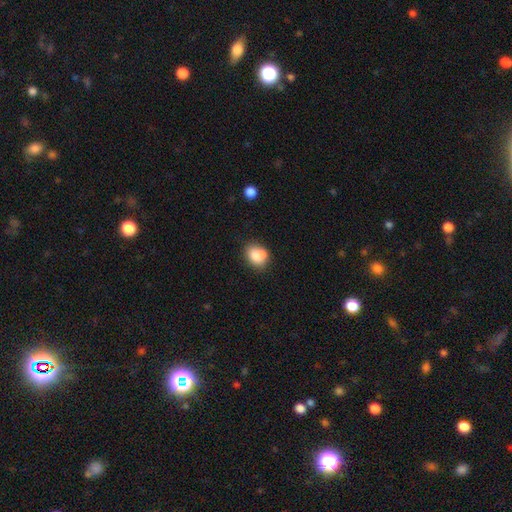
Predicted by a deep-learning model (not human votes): The model was most divided on "how rounded": in between: 50%, round: 49%, cigar-shaped: 1%. Remaining: smooth or featured — smooth (77%); merging — none (42%).